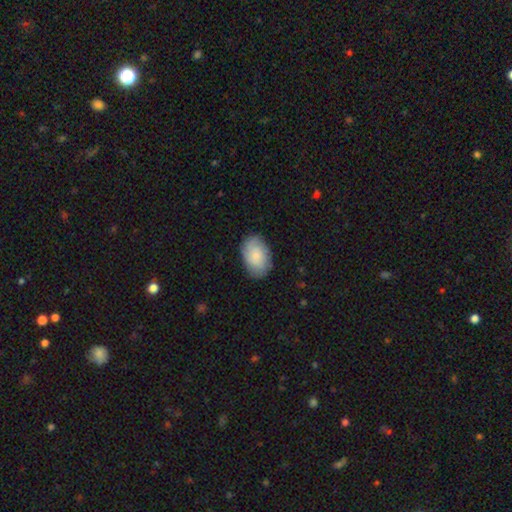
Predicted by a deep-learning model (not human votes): smooth 73%, featured or disk 20%, star or artifact 6%. Down the decision tree: how rounded — in between (88%); merging — none (80%).